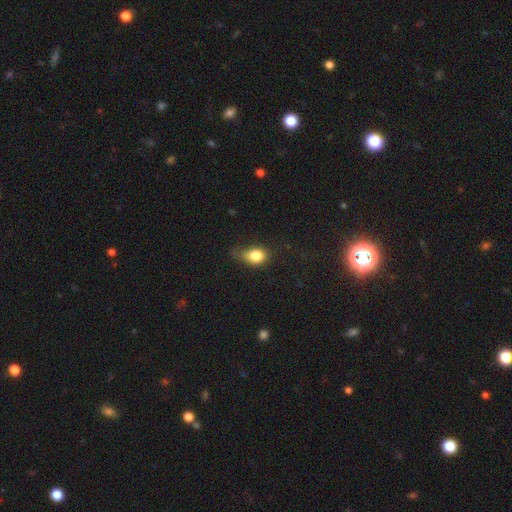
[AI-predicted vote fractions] Smooth or featured: smooth — 82% (star or artifact — 9%)
How rounded: in between — 72% (round — 25%)
Merging: none — 46% (minor disturbance — 37%)